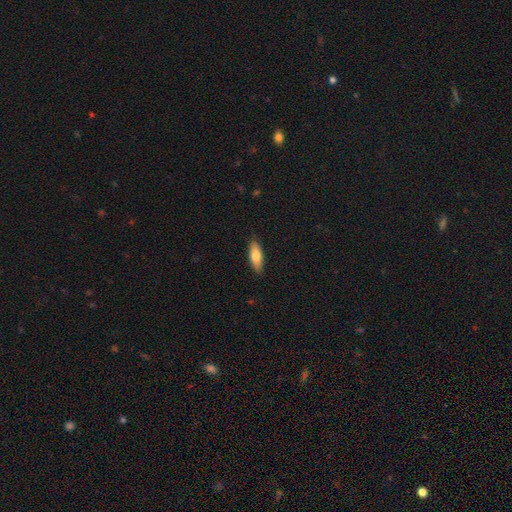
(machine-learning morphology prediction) Smooth or featured: smooth — 73% (featured or disk — 21%)
How rounded: in between — 63% (cigar-shaped — 35%)
Merging: none — 88% (minor disturbance — 9%)